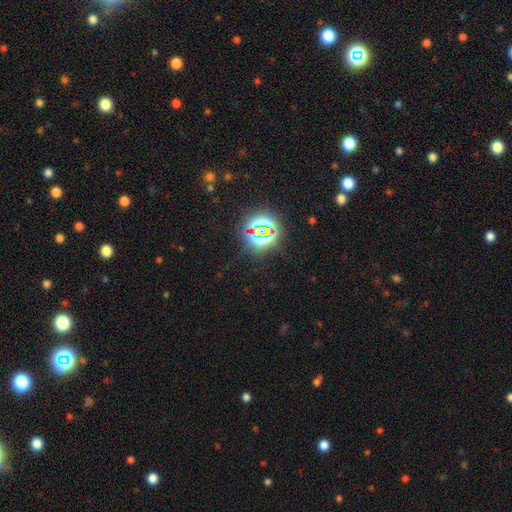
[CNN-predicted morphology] This appears to be a star or artifact, not a galaxy (80%).